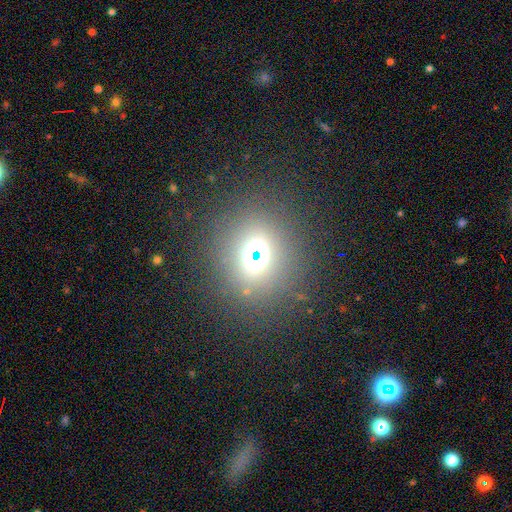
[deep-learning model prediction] smooth_or_featured: star or artifact (p=0.48) [alt: smooth p=0.39]